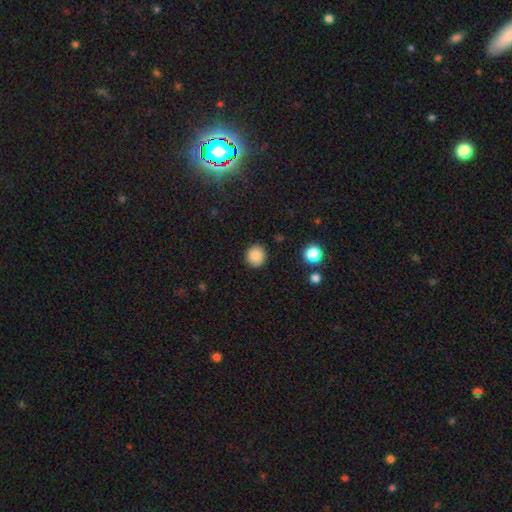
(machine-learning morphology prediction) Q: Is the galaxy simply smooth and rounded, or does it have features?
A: smooth — 87%.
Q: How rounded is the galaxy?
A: round — 88%.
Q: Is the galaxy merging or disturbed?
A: none — 90%.